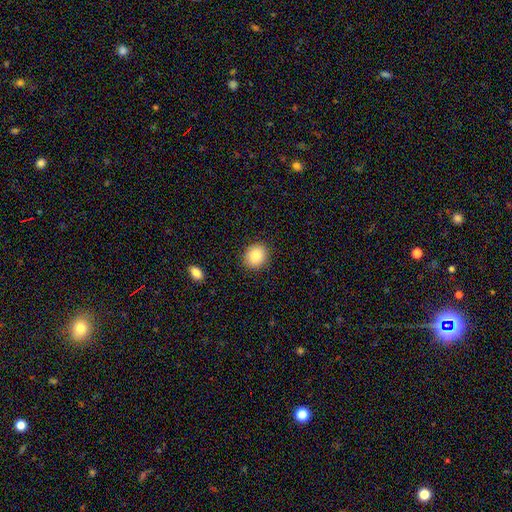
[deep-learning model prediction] smooth_or_featured: smooth (p=0.86) [alt: star or artifact p=0.08]
how_rounded: round (p=0.67) [alt: in between p=0.32]
merging: none (p=0.89) [alt: minor disturbance p=0.08]